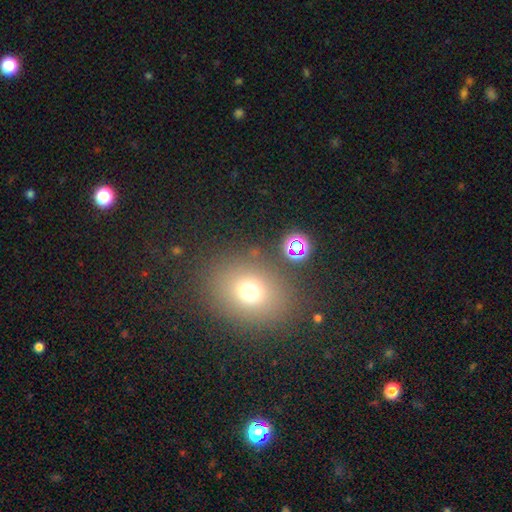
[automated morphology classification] Smooth or featured? smooth (65%)
How rounded? round (54%)
Merging? none (84%)